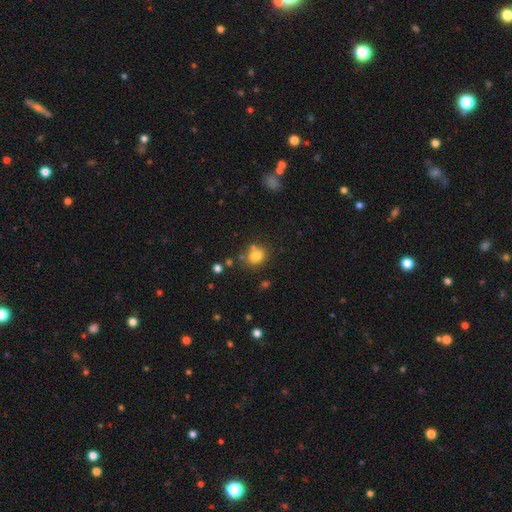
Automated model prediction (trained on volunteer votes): A smooth galaxy with no disk features (80%) that is round (63%). Merging: none (67%).